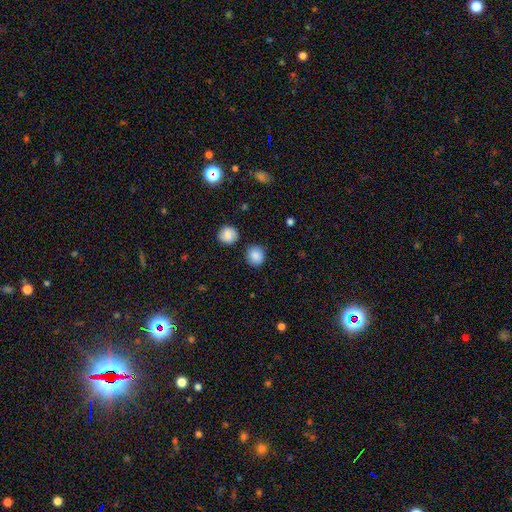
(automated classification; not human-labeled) smooth 87%, star or artifact 9%, featured or disk 5%. Down the decision tree: how rounded — round (85%); merging — none (84%).